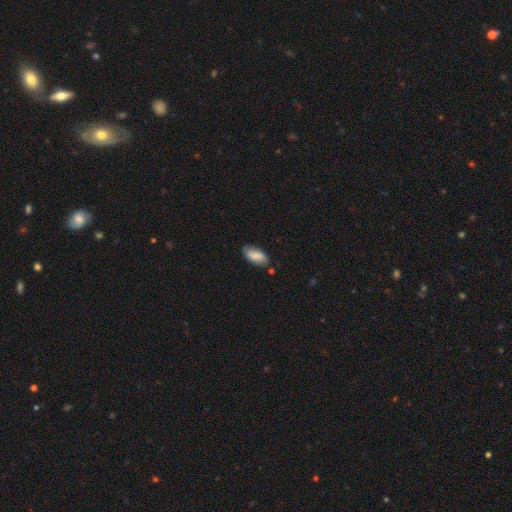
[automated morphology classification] type=smooth (75%); roundness=in between (90%); merging=none (74%).